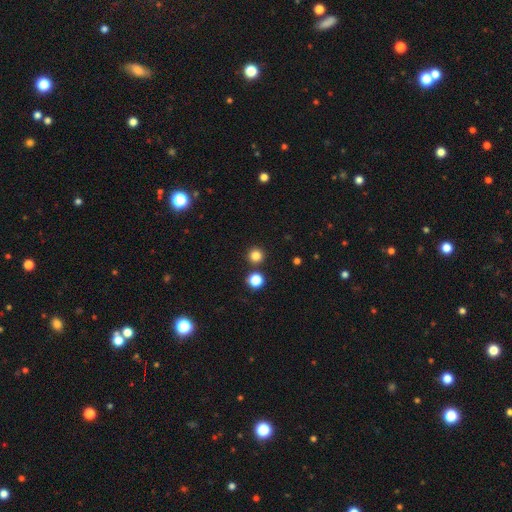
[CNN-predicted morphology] Smooth or featured: smooth — 81% (star or artifact — 15%)
How rounded: round — 95% (in between — 4%)
Merging: none — 87% (merger — 6%)